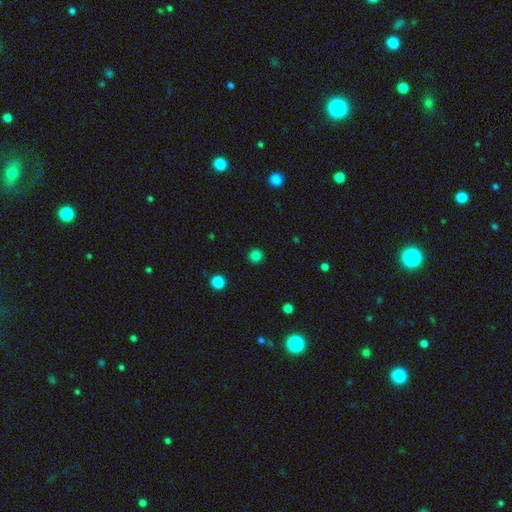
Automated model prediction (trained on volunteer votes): smooth_or_featured: smooth (p=0.81) [alt: star or artifact p=0.15]
how_rounded: round (p=0.95) [alt: in between p=0.04]
merging: none (p=0.92) [alt: minor disturbance p=0.05]